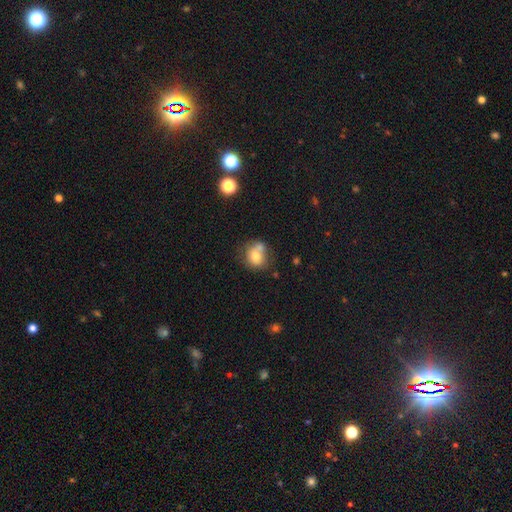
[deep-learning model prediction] Morphology: type=smooth (73%); roundness=round (66%); merging=none (43%).